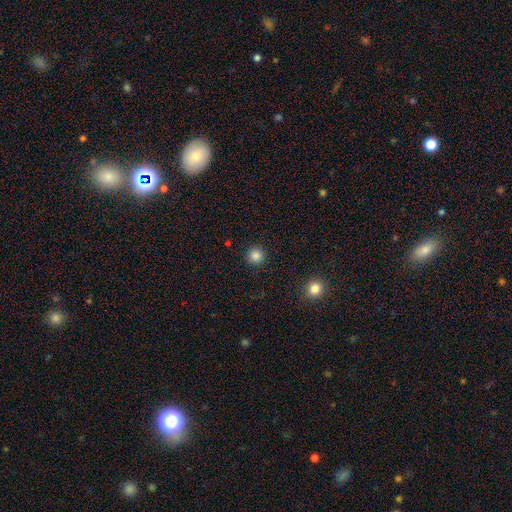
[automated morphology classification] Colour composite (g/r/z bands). It shows a smooth galaxy with no disk features (85%) that is round (96%). Merging: none (92%).